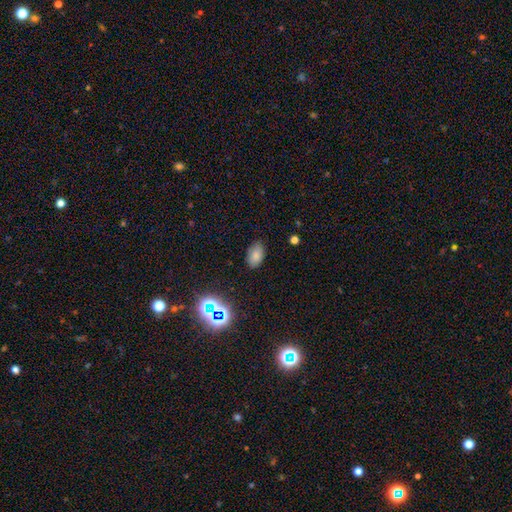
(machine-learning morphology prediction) Q: Smooth or featured?
A: smooth (78%); runner-up: star or artifact (15%)
Q: How rounded?
A: in between (91%); runner-up: round (8%)
Q: Merging?
A: none (82%); runner-up: minor disturbance (13%)